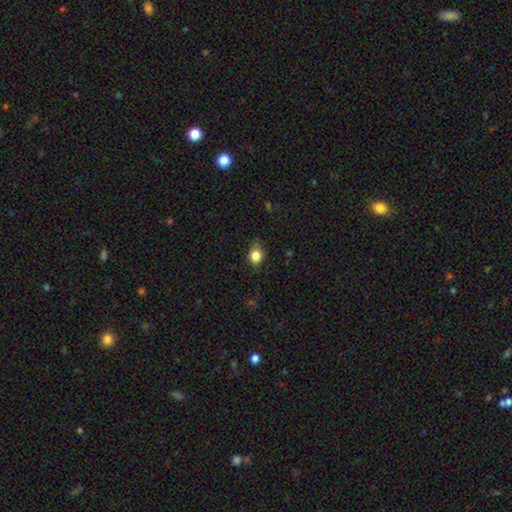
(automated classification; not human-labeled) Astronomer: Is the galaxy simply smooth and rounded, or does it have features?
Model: smooth — 83%.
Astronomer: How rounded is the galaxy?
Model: round — 65%.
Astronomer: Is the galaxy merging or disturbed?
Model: none — 69%.